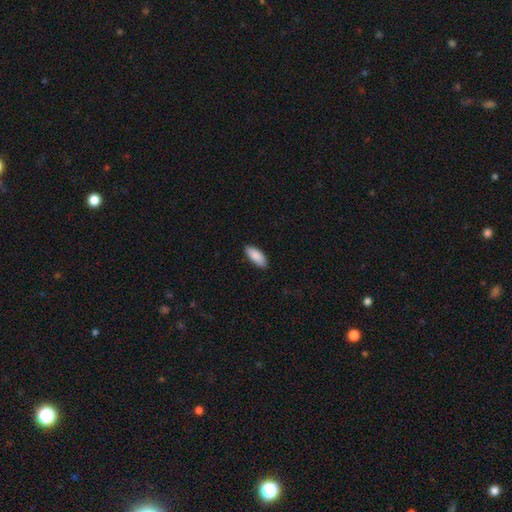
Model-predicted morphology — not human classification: Smooth or featured: smooth — 89% (star or artifact — 6%)
How rounded: in between — 84% (cigar-shaped — 15%)
Merging: none — 88% (minor disturbance — 10%)